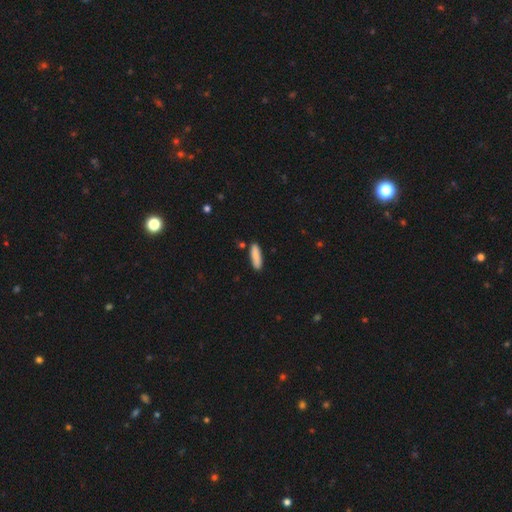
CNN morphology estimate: type=smooth (88%); roundness=cigar-shaped (69%); merging=none (85%).